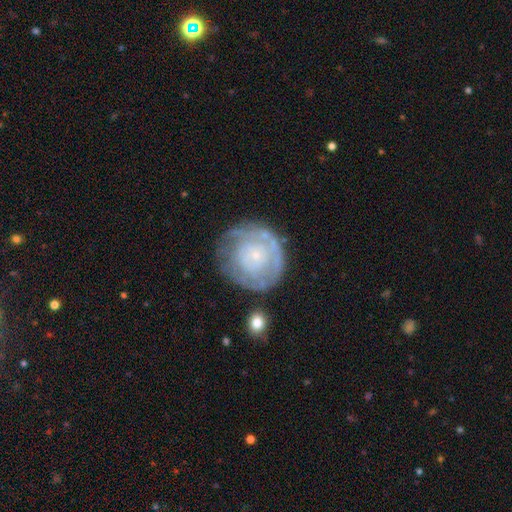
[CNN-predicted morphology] type=featured or disk (67%); edge-on=no (97%); bar=no (85%); spiral arms=yes (67%); bulge=small (82%); merging=none (65%).